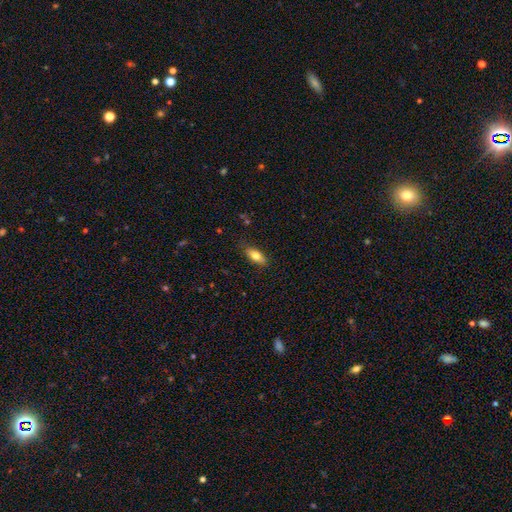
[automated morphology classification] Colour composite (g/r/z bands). It shows a smooth galaxy with no disk features (78%) that is in between round and cigar-shaped (79%). Merging: none (83%).